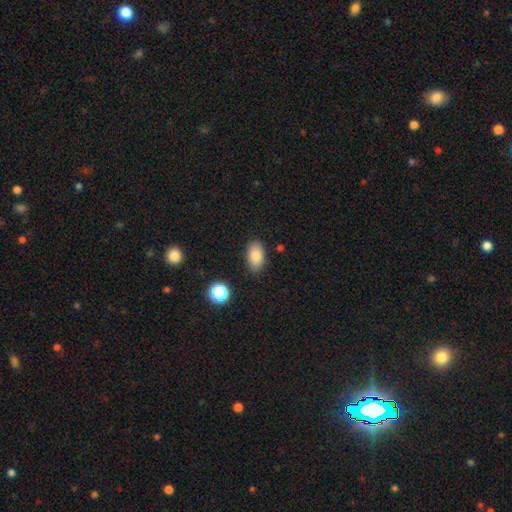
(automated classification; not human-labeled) Smooth or featured?
  - smooth: 84% *
  - star or artifact: 9%
  - featured or disk: 7%
How rounded?
  - in between: 91% *
  - round: 7%
  - cigar-shaped: 2%
Merging?
  - none: 84% *
  - minor disturbance: 11%
  - major disturbance: 3%
  - merger: 2%